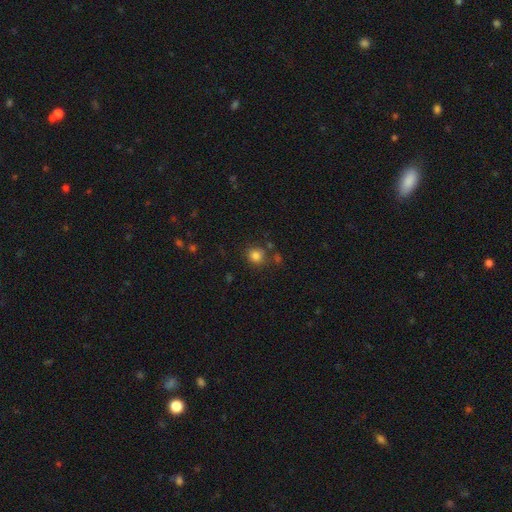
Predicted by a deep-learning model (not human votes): smooth-or-featured: smooth: 82% | star or artifact: 12% | featured or disk: 5%
  how-rounded: round: 88% | in between: 11% | cigar-shaped: 1%
  merging: none: 78% | minor disturbance: 11% | merger: 8% | major disturbance: 4%